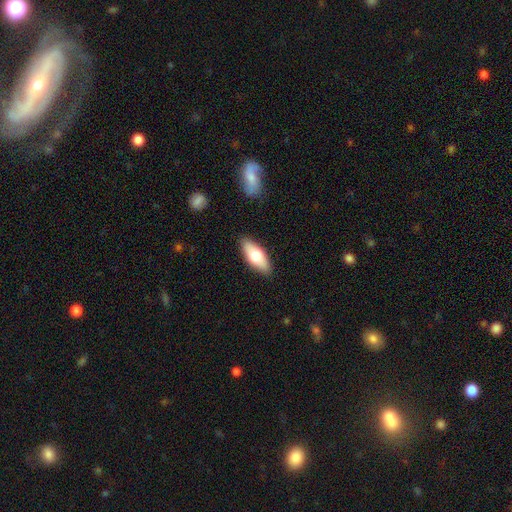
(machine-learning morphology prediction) Smooth or featured: smooth — 69% (featured or disk — 26%)
How rounded: in between — 77% (cigar-shaped — 20%)
Merging: none — 88% (minor disturbance — 9%)